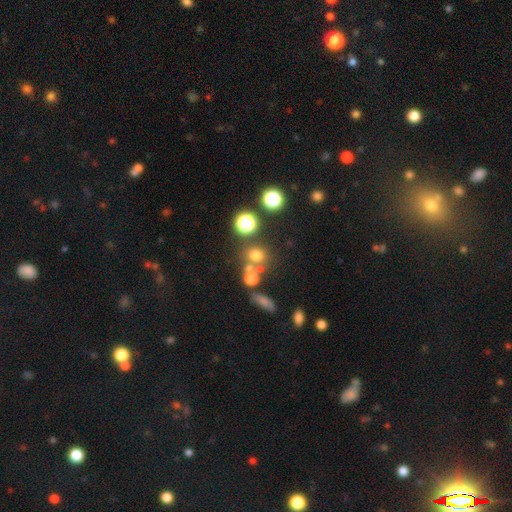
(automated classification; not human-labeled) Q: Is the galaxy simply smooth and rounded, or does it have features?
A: smooth — 65%.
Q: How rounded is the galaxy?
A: round — 77%.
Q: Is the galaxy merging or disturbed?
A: none — 54%.